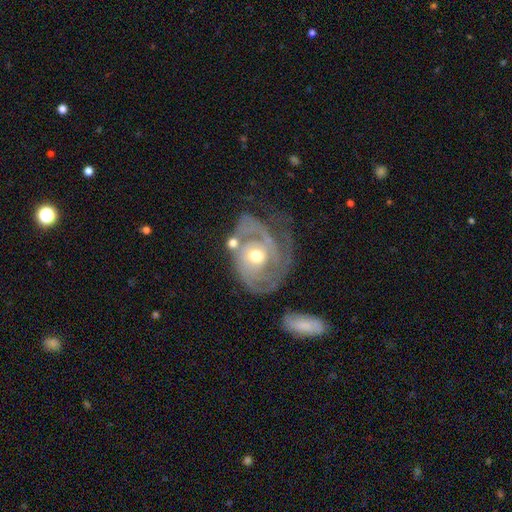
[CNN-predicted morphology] Overall: featured or disk (85%). Edge-on disk: no (97%). Bar: no (70%). Spiral arms: yes (91%). Spiral arm count: 2 (34%; can't tell 28%). Spiral winding: tight (65%; medium 26%). Bulge size: moderate (71%). Merging: none (45%; major disturbance 23%).